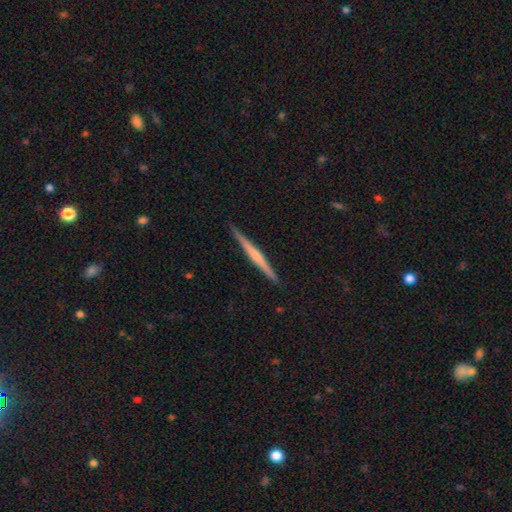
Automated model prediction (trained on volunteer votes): The model was most divided on "edge-on bulge": rounded: 45%, none: 42%, boxy: 14%. More confident: edge-on disk — yes (98%); merging — none (92%); smooth or featured — featured or disk (65%).